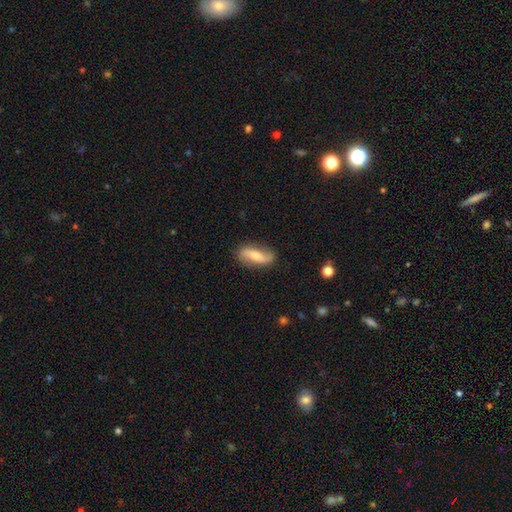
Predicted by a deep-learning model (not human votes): This appears to be a featured or disk galaxy (58%) with no bar (38%), spiral arms (90%) and a moderate central bulge (44%). Merging: none (81%).